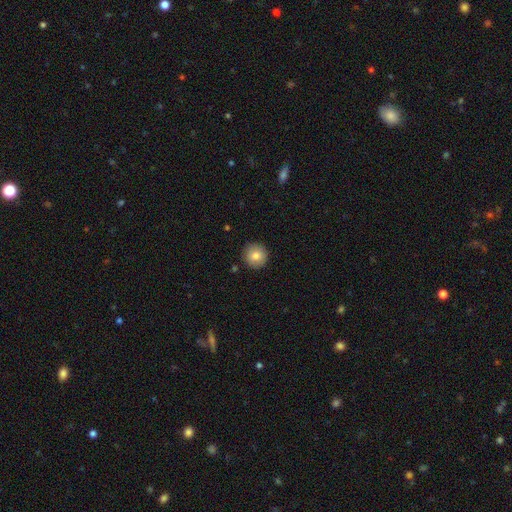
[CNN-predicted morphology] Q: Smooth or featured?
A: smooth (82%); runner-up: featured or disk (9%)
Q: How rounded?
A: round (95%); runner-up: in between (4%)
Q: Merging?
A: none (90%); runner-up: minor disturbance (7%)